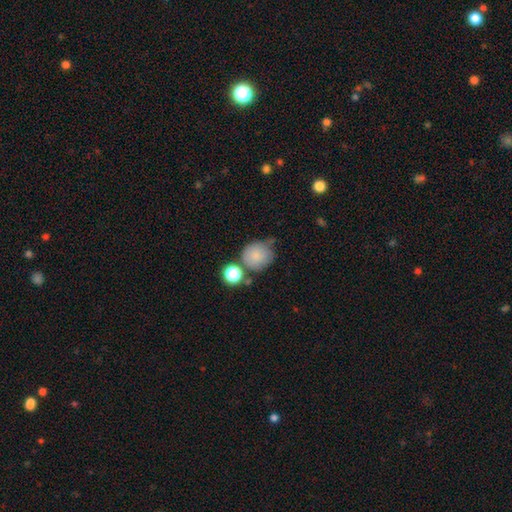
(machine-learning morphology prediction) type=smooth (82%); roundness=round (86%); merging=none (54%).